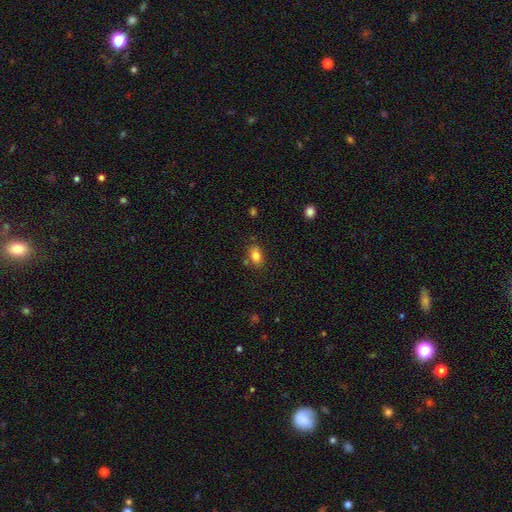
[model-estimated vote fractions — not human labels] Smooth or featured: smooth — 82% (star or artifact — 10%)
How rounded: in between — 81% (round — 17%)
Merging: none — 75% (minor disturbance — 14%)